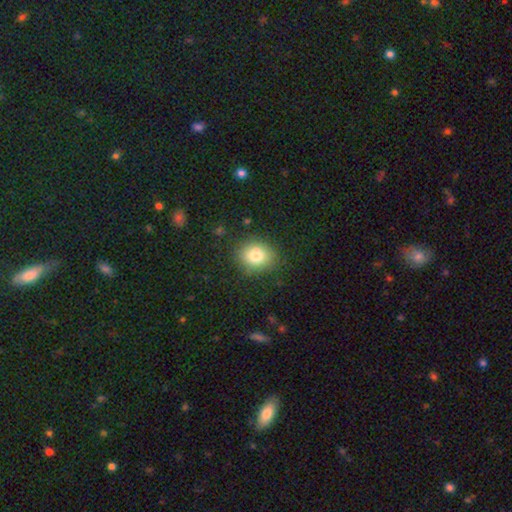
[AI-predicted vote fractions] smooth_or_featured: smooth (p=0.79) [alt: star or artifact p=0.11]
how_rounded: round (p=0.68) [alt: in between p=0.31]
merging: none (p=0.84) [alt: minor disturbance p=0.11]